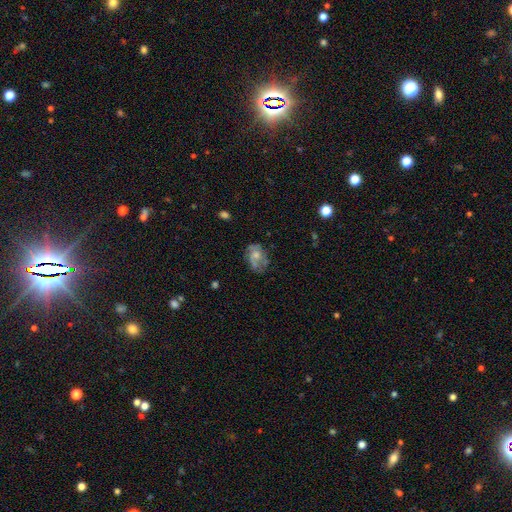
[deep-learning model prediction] smooth-or-featured: featured or disk: 50% | smooth: 41% | star or artifact: 9%
  merging: none: 55% | minor disturbance: 25% | major disturbance: 17% | merger: 3%